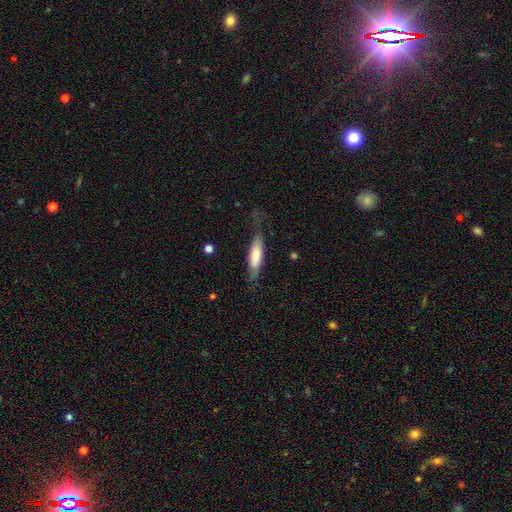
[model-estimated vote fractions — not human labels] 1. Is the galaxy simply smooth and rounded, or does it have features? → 64% smooth, 30% featured or disk, 6% star or artifact.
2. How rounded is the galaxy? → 60% cigar-shaped, 38% in between, 2% round.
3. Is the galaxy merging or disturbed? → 57% none, 26% minor disturbance, 15% major disturbance, 2% merger.